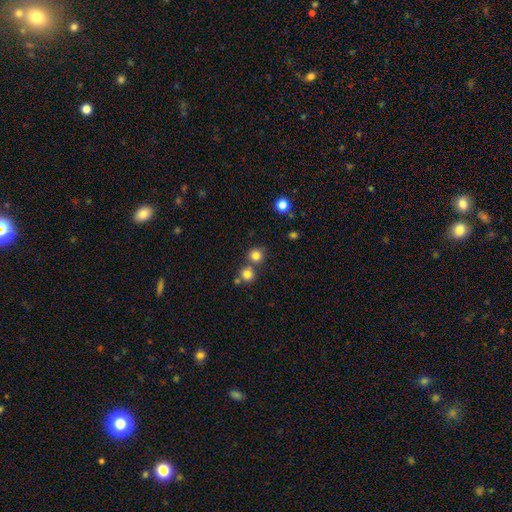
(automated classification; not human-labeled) smooth-or-featured: smooth: 80% | star or artifact: 14% | featured or disk: 6%
  how-rounded: round: 91% | in between: 8% | cigar-shaped: 1%
  merging: none: 68% | merger: 22% | minor disturbance: 7% | major disturbance: 3%